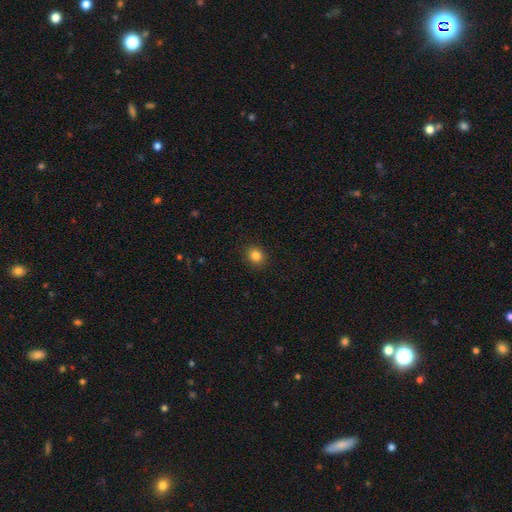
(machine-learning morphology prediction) This appears to be a smooth galaxy with no disk features (84%) that is round (76%). Merging: none (91%).